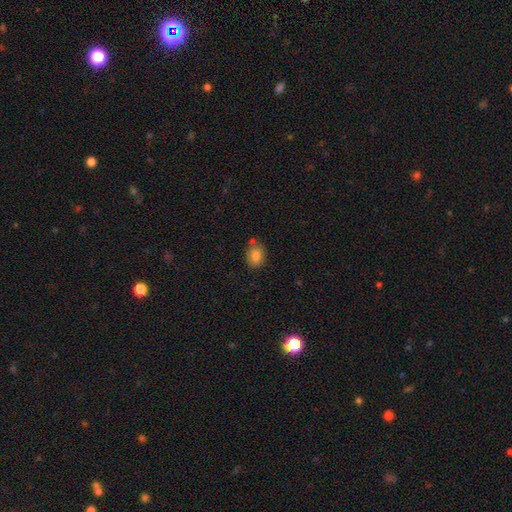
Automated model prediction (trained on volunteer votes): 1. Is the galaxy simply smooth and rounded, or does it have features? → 81% smooth, 10% featured or disk, 9% star or artifact.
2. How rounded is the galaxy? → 67% in between, 32% round, 1% cigar-shaped.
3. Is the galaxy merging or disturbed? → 70% none, 17% minor disturbance, 9% merger, 4% major disturbance.